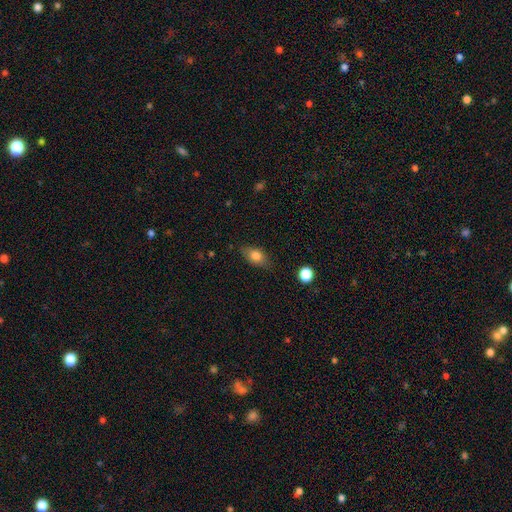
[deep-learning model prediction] This is likely a smooth galaxy (77%). How rounded: clearly in between (81%). Merging: likely none (78%).